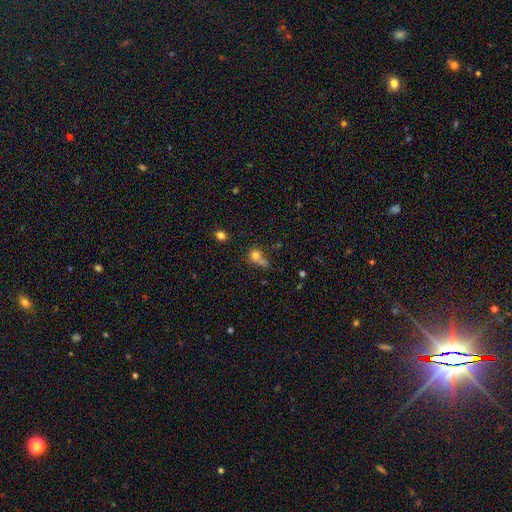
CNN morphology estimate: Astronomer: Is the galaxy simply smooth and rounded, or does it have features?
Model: smooth — 73%.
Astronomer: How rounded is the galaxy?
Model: round — 72%.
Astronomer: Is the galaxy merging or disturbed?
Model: none — 36% (runner-up: merger, 28%).